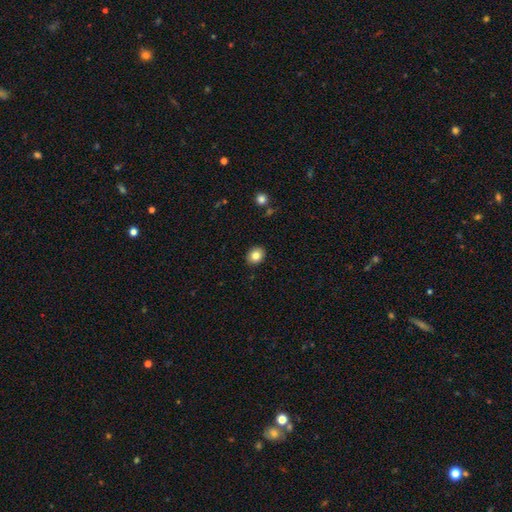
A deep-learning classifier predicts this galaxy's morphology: The model was most divided on "how rounded": round: 57%, in between: 42%, cigar-shaped: 1%. More confident: merging — none (91%); smooth or featured — smooth (82%).